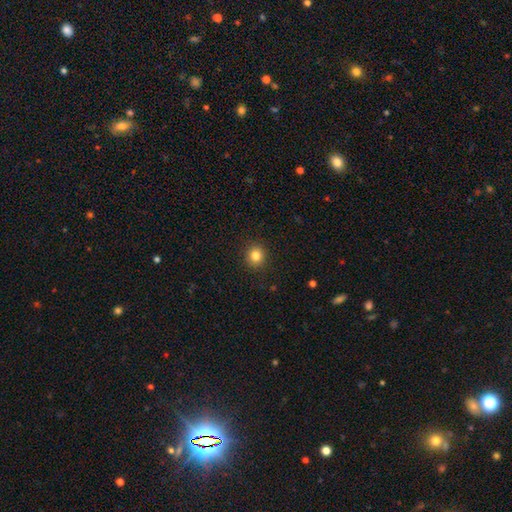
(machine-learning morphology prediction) Overall: smooth (82%). How rounded: round (88%). Merging: none (91%).